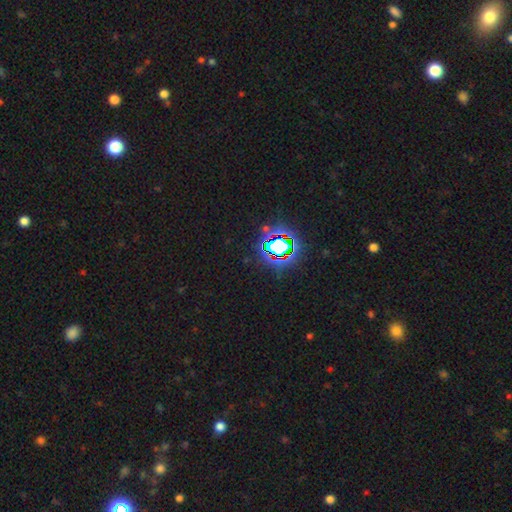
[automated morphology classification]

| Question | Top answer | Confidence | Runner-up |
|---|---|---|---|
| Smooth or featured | star or artifact | 81% | smooth (12%) |